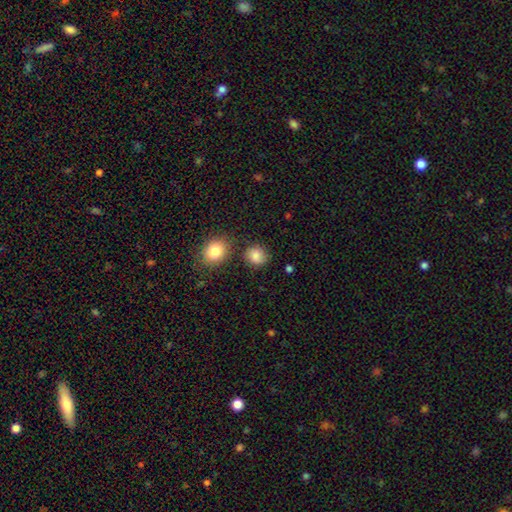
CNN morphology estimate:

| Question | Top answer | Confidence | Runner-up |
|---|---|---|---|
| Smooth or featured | smooth | 85% | star or artifact (9%) |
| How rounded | round | 81% | in between (18%) |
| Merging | none | 79% | minor disturbance (12%) |